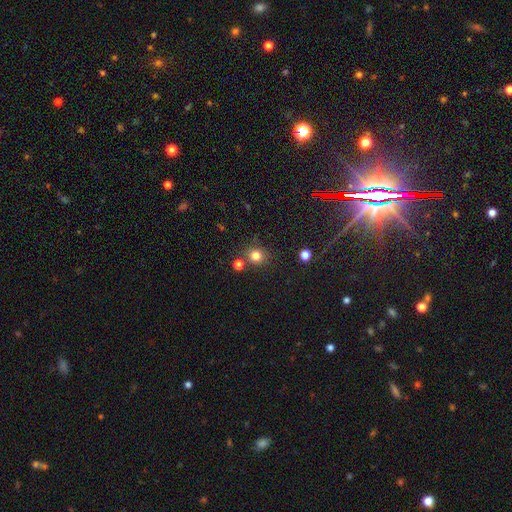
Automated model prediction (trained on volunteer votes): smooth_or_featured: smooth (p=0.79) [alt: star or artifact p=0.15]
how_rounded: round (p=0.88) [alt: in between p=0.11]
merging: none (p=0.78) [alt: merger p=0.10]